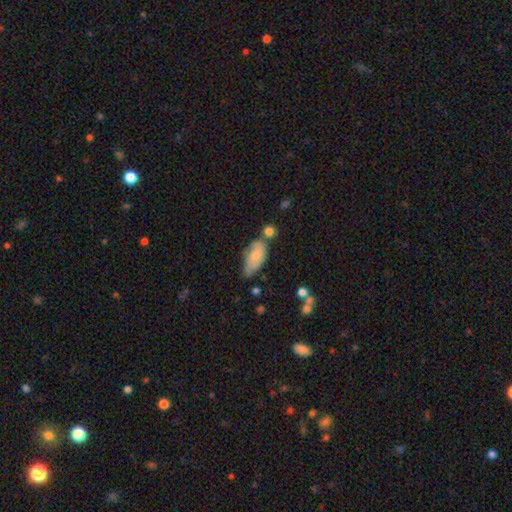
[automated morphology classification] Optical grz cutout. It shows a smooth galaxy with no disk features (64%) that is in between round and cigar-shaped (89%). Merging: none (39%).